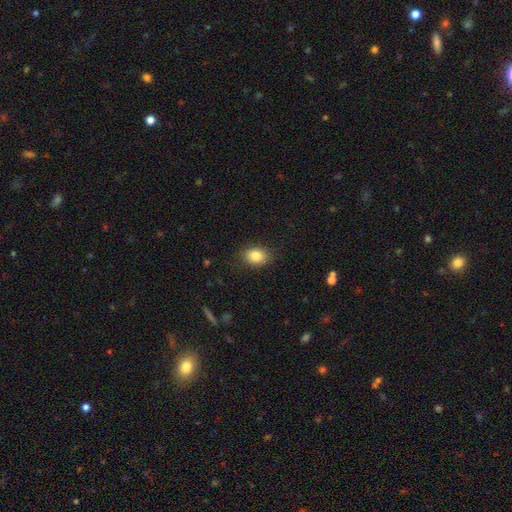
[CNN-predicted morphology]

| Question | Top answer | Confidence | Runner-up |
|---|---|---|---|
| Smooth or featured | smooth | 83% | star or artifact (9%) |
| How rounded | in between | 69% | round (30%) |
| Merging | none | 84% | minor disturbance (12%) |